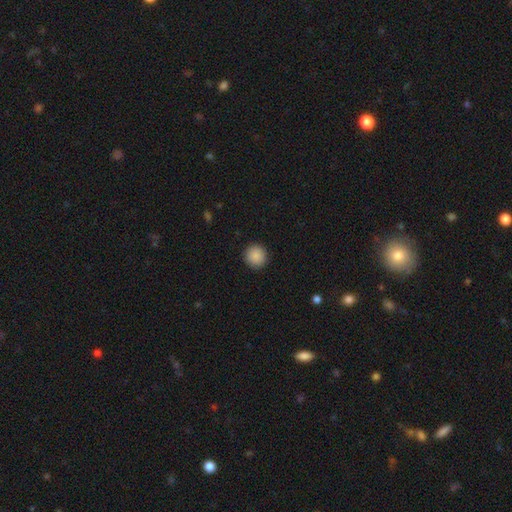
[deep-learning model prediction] Morphology: type=smooth (89%); roundness=round (94%); merging=none (92%).